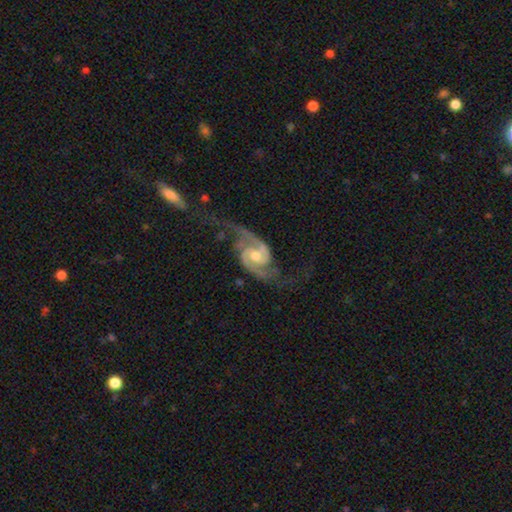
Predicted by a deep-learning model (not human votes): Smooth or featured? featured or disk (93%)
Edge-on disk? no (97%)
Bar? no (50%)
Spiral arms? yes (98%)
Spiral winding? medium (46%)
Spiral arm count? 2 (93%)
Bulge size? moderate (69%)
Merging? none (63%)